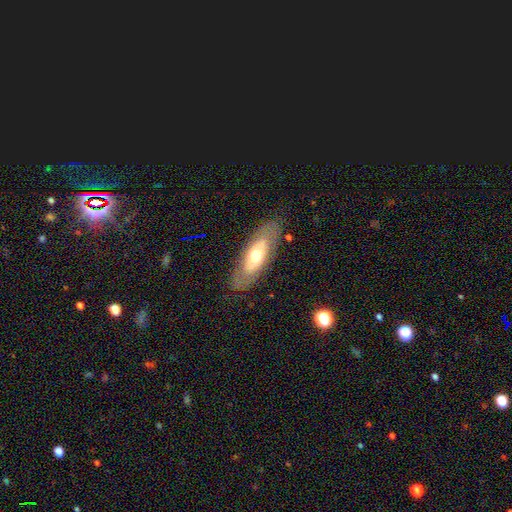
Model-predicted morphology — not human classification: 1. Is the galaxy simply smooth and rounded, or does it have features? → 48% smooth, 47% featured or disk, 6% star or artifact.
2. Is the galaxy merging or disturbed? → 81% none, 13% minor disturbance, 5% major disturbance, 1% merger.